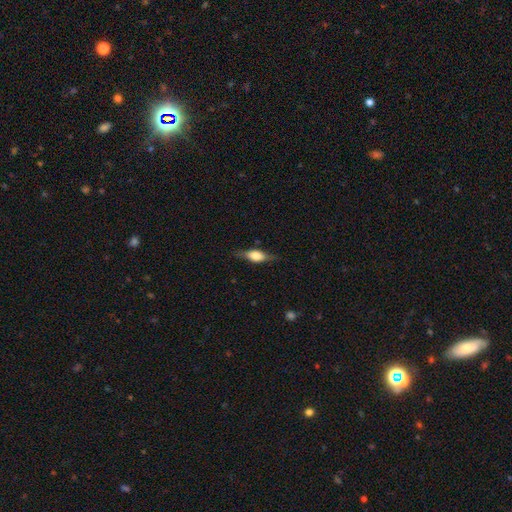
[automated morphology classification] Smooth or featured: smooth — 47% (featured or disk — 46%)
Merging: none — 78% (minor disturbance — 16%)